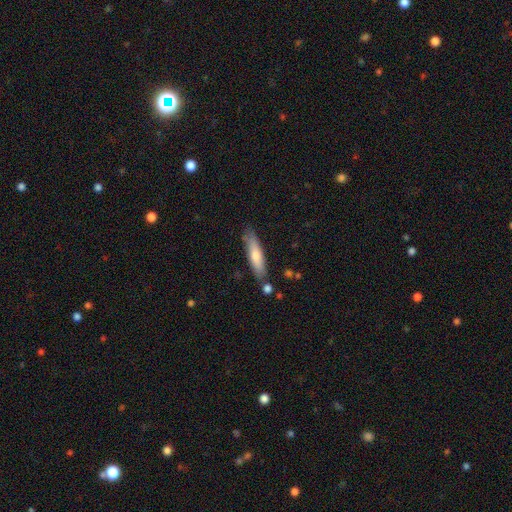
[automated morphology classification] Smooth or featured? Predicted: smooth (p=0.65). How rounded? Predicted: cigar-shaped (p=0.79). Merging? Predicted: none (p=0.79).